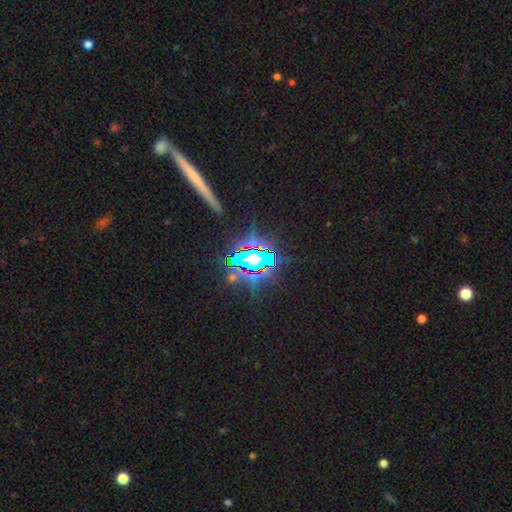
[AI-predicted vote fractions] A star or artifact, not a galaxy (71%).